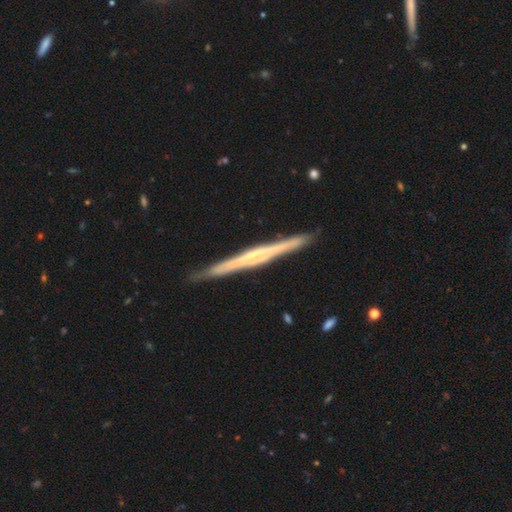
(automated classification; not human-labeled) Smooth or featured? featured or disk (76%)
Edge-on disk? yes (98%)
Edge-on bulge? none (47%)
Merging? none (89%)